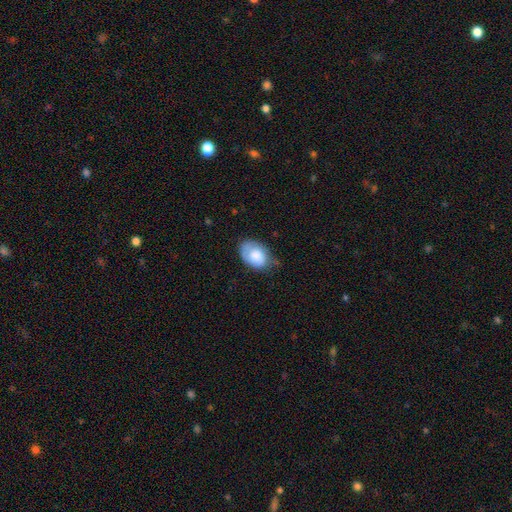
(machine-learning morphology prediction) Overall: smooth (75%). How rounded: in between (86%). Merging: none (53%; minor disturbance 35%).